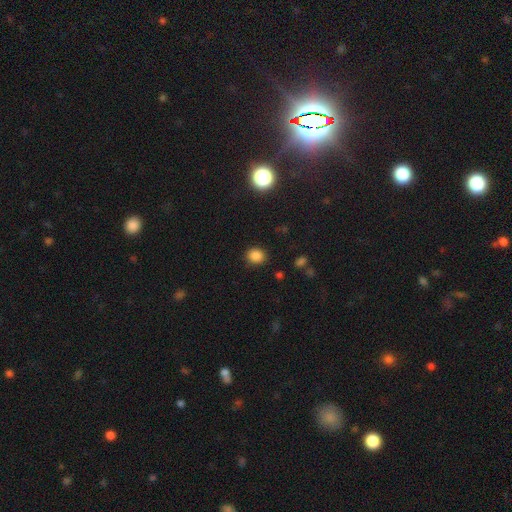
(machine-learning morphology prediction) Smooth or featured?
  - smooth: 84% *
  - star or artifact: 12%
  - featured or disk: 4%
How rounded?
  - round: 72% *
  - in between: 27%
  - cigar-shaped: 1%
Merging?
  - none: 88% *
  - minor disturbance: 8%
  - major disturbance: 3%
  - merger: 1%